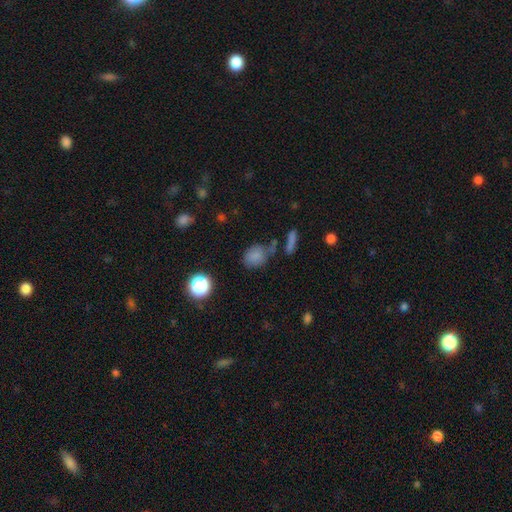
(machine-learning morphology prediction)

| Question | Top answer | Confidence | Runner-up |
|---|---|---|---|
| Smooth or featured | smooth | 78% | star or artifact (13%) |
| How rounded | in between | 52% | round (46%) |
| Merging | none | 56% | minor disturbance (20%) |